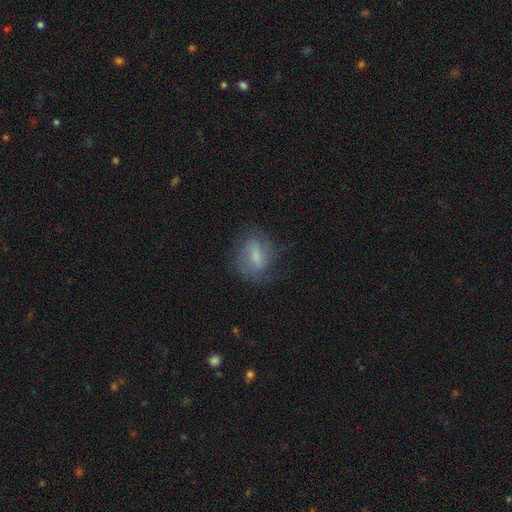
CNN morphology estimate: type=smooth (47%); merging=none (69%).